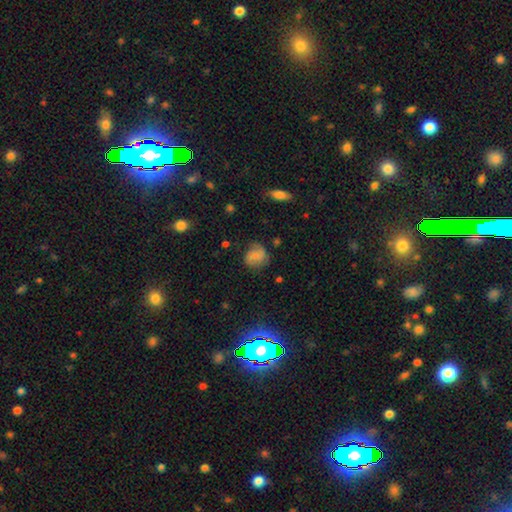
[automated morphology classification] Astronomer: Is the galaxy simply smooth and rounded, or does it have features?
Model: smooth — 58%.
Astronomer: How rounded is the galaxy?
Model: round — 72%.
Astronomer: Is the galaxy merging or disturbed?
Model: none — 65%.